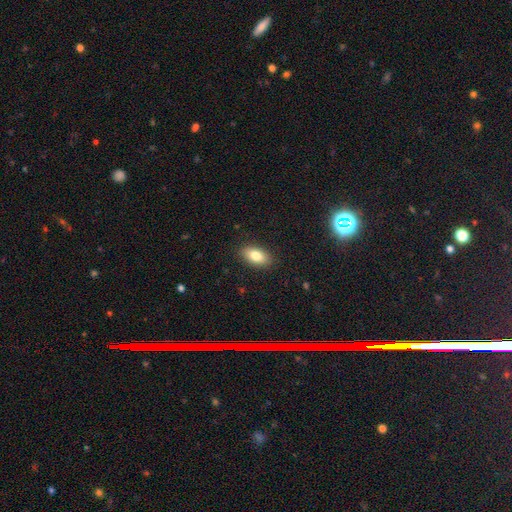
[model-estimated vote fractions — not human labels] Smooth or featured? Predicted: smooth (p=0.81). How rounded? Predicted: in between (p=0.91). Merging? Predicted: none (p=0.89).